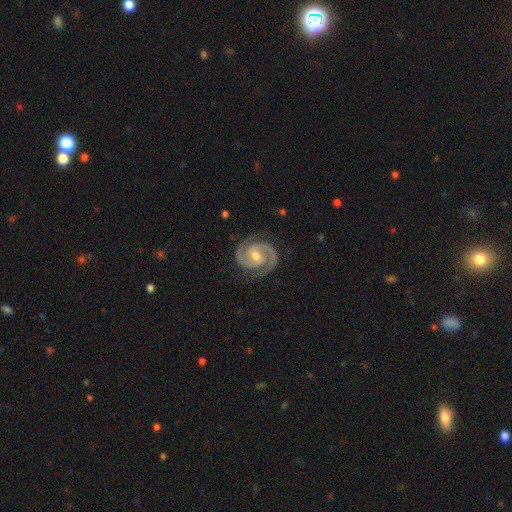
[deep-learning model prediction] Morphology: type=featured or disk (94%); edge-on=no (98%); bar=weak (43%); spiral arms=yes (99%); winding=tight (56%); arm count=2 (94%); bulge=moderate (63%); merging=none (85%).